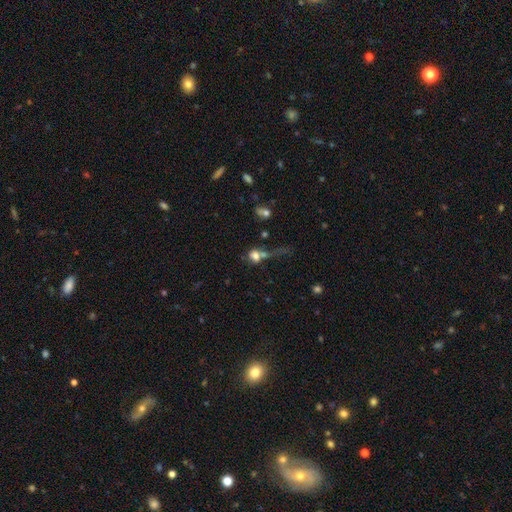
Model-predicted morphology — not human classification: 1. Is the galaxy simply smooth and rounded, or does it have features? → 67% smooth, 18% featured or disk, 15% star or artifact.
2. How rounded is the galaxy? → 57% round, 39% in between, 4% cigar-shaped.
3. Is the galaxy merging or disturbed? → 44% merger, 23% none, 22% major disturbance, 10% minor disturbance.